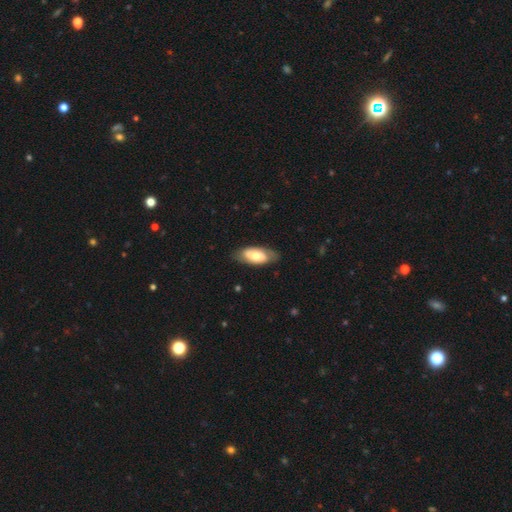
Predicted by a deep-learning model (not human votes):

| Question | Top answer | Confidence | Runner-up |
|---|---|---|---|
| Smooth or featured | smooth | 58% | featured or disk (36%) |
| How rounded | in between | 87% | cigar-shaped (10%) |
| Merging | none | 78% | minor disturbance (16%) |